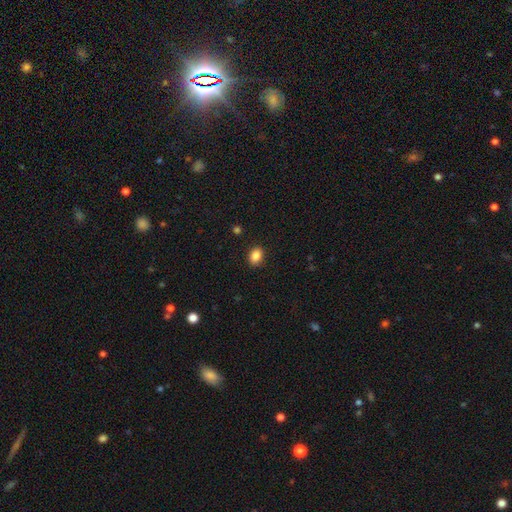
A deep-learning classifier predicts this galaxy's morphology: Smooth or featured? Predicted: smooth (p=0.88). How rounded? Predicted: in between (p=0.72). Merging? Predicted: none (p=0.89).